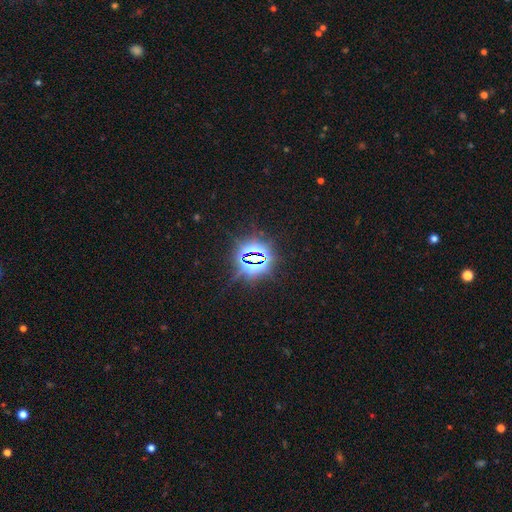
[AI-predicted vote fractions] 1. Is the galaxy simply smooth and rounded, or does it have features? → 82% star or artifact, 11% smooth, 8% featured or disk.